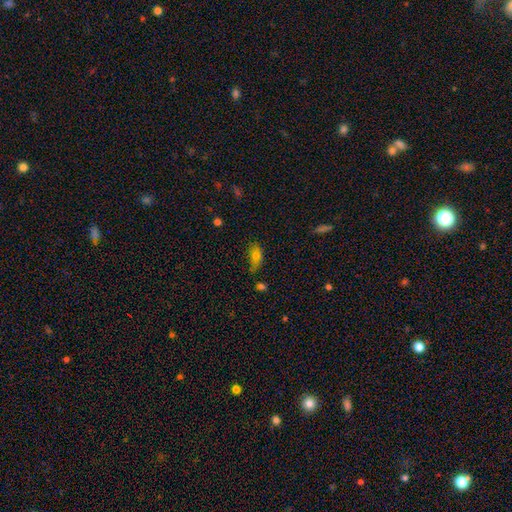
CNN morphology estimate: smooth-or-featured: smooth: 76% | featured or disk: 12% | star or artifact: 12%
  how-rounded: in between: 86% | cigar-shaped: 7% | round: 7%
  merging: none: 53% | minor disturbance: 32% | major disturbance: 10% | merger: 4%